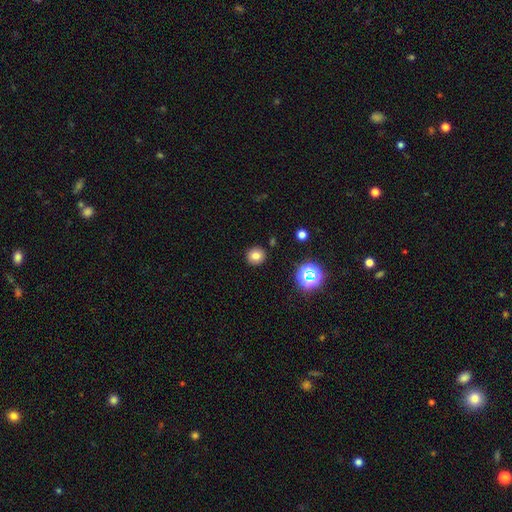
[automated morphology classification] Smooth or featured: smooth — 77% (star or artifact — 16%)
How rounded: round — 89% (in between — 10%)
Merging: none — 90% (minor disturbance — 6%)